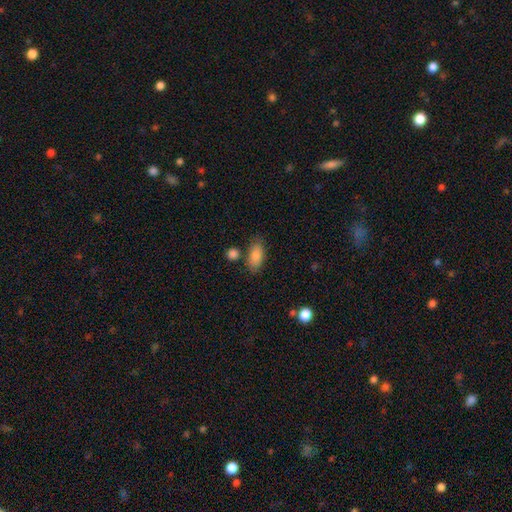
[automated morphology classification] Smooth or featured? Predicted: smooth (p=0.84). How rounded? Predicted: in between (p=0.87). Merging? Predicted: none (p=0.75).